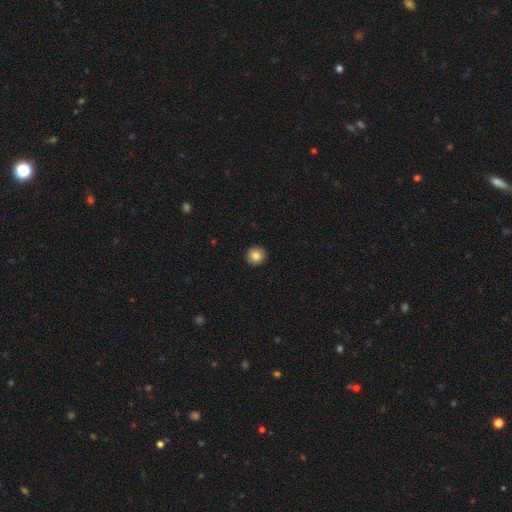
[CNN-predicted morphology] smooth-or-featured: smooth: 84% | star or artifact: 9% | featured or disk: 8%
  how-rounded: round: 93% | in between: 6% | cigar-shaped: 1%
  merging: none: 93% | minor disturbance: 5% | major disturbance: 1% | merger: 1%